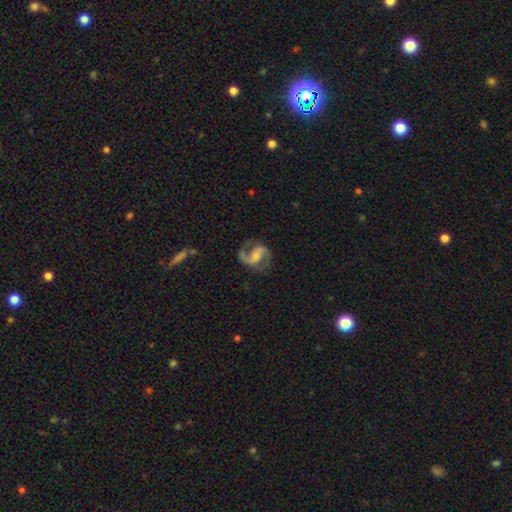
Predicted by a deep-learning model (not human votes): Smooth or featured? featured or disk (89%)
Edge-on disk? no (98%)
Bar? weak (43%)
Spiral arms? yes (97%)
Spiral winding? medium (56%)
Spiral arm count? 2 (91%)
Bulge size? small (48%)
Merging? none (75%)